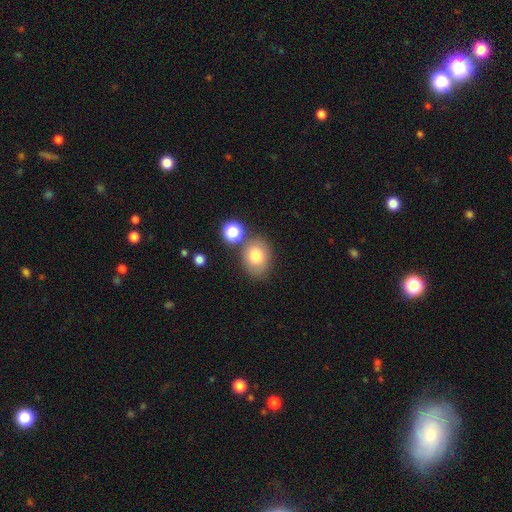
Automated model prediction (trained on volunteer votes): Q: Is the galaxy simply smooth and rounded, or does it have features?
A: smooth — 79%.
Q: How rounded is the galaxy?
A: in between — 56%.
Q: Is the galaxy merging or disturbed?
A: none — 68%.